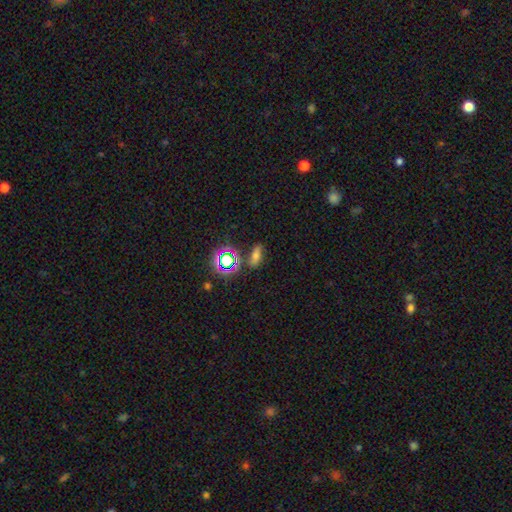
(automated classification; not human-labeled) Smooth or featured?
  - smooth: 57% *
  - star or artifact: 29%
  - featured or disk: 13%
How rounded?
  - in between: 71% *
  - cigar-shaped: 17%
  - round: 12%
Merging?
  - none: 73% *
  - minor disturbance: 15%
  - merger: 7%
  - major disturbance: 5%